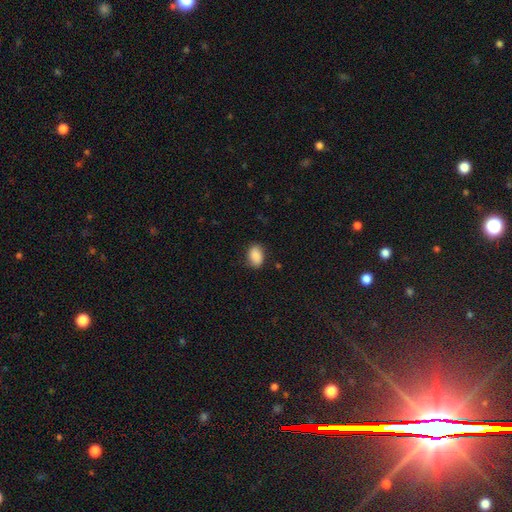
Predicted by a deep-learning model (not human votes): A smooth galaxy with no disk features (85%) that is in between round and cigar-shaped (81%).

Vote fractions:
- Smooth or featured? smooth: 85% / star or artifact: 8% / featured or disk: 7%
- How rounded? in between: 81% / round: 18% / cigar-shaped: 1%
- Merging? none: 81% / minor disturbance: 14% / major disturbance: 3% / merger: 1%